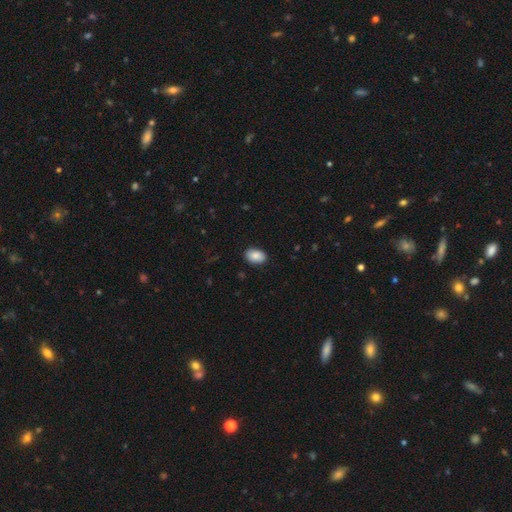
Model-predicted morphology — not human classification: smooth-or-featured: smooth: 88% | star or artifact: 7% | featured or disk: 5%
  how-rounded: in between: 87% | round: 12% | cigar-shaped: 1%
  merging: none: 88% | minor disturbance: 9% | major disturbance: 2% | merger: 1%